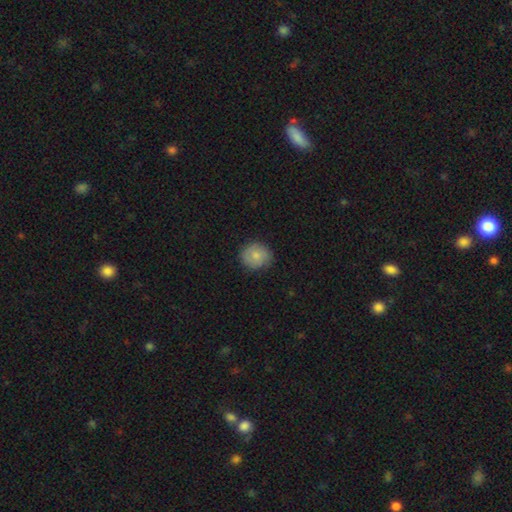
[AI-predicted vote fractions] This is likely a smooth galaxy (79%). How rounded: clearly round (85%). Merging: clearly none (84%).